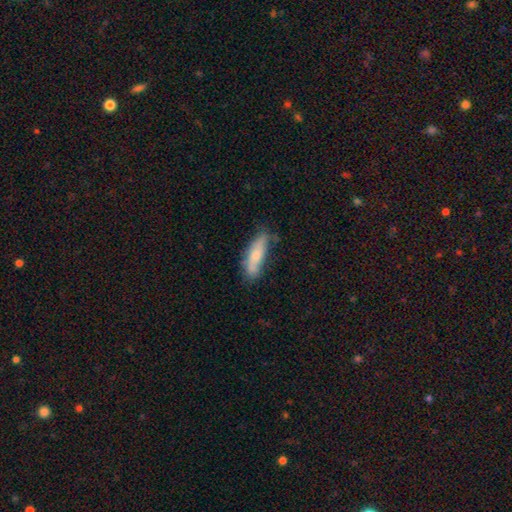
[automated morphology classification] Smooth or featured? smooth (66%)
How rounded? cigar-shaped (50%)
Merging? none (57%)